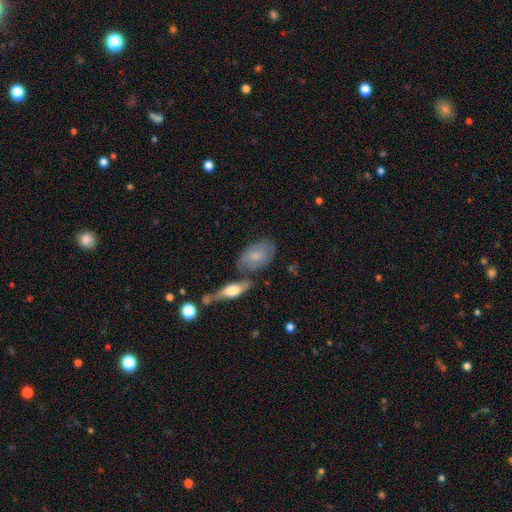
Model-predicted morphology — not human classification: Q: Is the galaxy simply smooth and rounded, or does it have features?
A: smooth — 54%.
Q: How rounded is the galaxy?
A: in between — 85%.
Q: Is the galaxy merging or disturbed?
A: none — 59%.